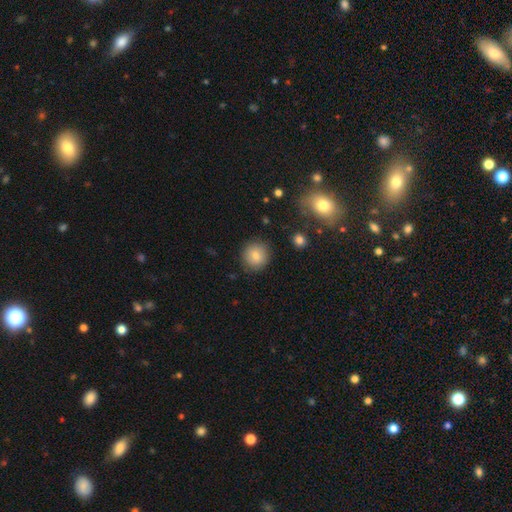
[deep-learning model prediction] Smooth or featured: smooth — 82% (star or artifact — 9%)
How rounded: round — 91% (in between — 8%)
Merging: none — 88% (minor disturbance — 8%)